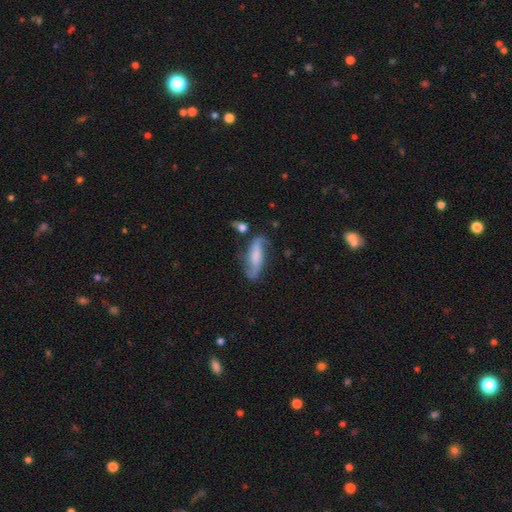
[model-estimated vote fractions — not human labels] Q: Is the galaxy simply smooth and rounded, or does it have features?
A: featured or disk — 62%.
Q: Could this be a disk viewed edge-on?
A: no — 82%.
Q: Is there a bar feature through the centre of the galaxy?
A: no — 39%.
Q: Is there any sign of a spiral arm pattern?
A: yes — 91%.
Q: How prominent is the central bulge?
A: none — 32%.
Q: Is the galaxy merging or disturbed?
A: none — 64%.